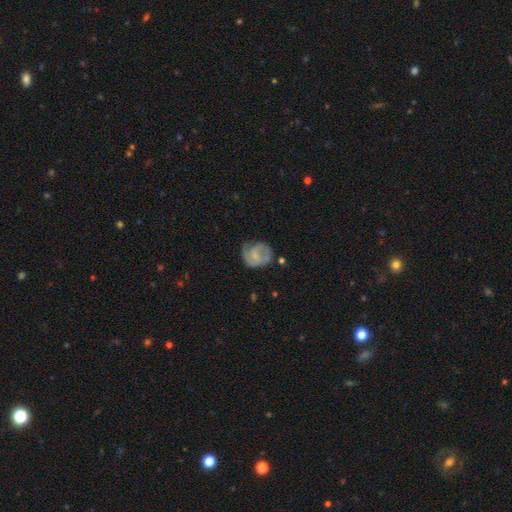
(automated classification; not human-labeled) A featured or disk galaxy (56%) with no bar (68%), spiral arms (79%) and a small central bulge (61%).

Vote fractions:
- Smooth or featured? featured or disk: 56% / smooth: 37% / star or artifact: 7%
- Edge-on disk? no: 98% / yes: 2%
- Bar? no: 68% / weak: 28% / strong: 4%
- Spiral arms? yes: 79% / no: 21%
- Bulge size? small: 61% / moderate: 20% / none: 17% / large: 1% / dominant: 1%
- Merging? none: 48% / minor disturbance: 30% / major disturbance: 19% / merger: 3%